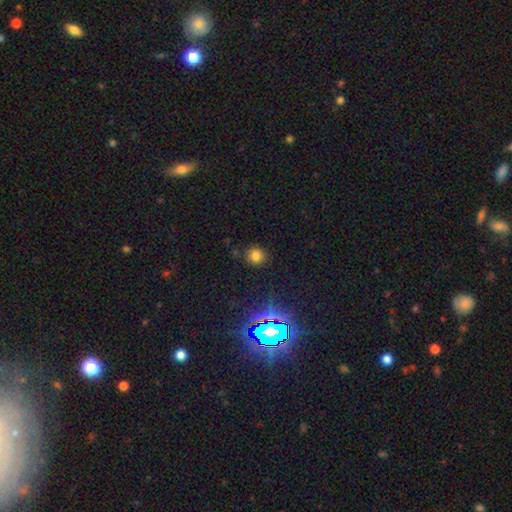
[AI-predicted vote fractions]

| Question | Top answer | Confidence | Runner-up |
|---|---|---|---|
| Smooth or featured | smooth | 74% | star or artifact (20%) |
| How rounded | round | 87% | in between (12%) |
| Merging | none | 87% | minor disturbance (8%) |